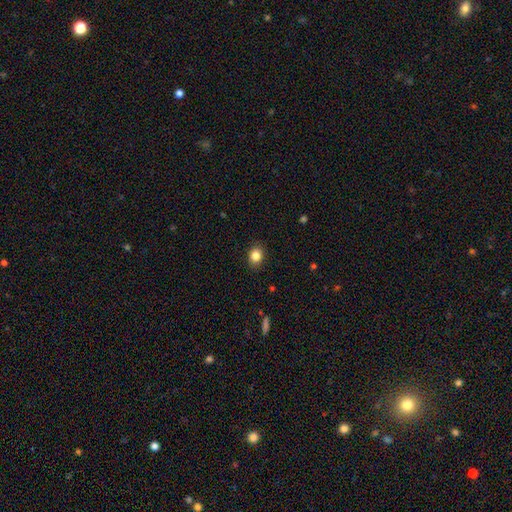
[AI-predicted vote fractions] A smooth galaxy with no disk features (84%) that is in between round and cigar-shaped (52%).

Vote fractions:
- Smooth or featured? smooth: 84% / star or artifact: 10% / featured or disk: 6%
- How rounded? in between: 52% / round: 47% / cigar-shaped: 1%
- Merging? none: 89% / minor disturbance: 8% / major disturbance: 2% / merger: 1%